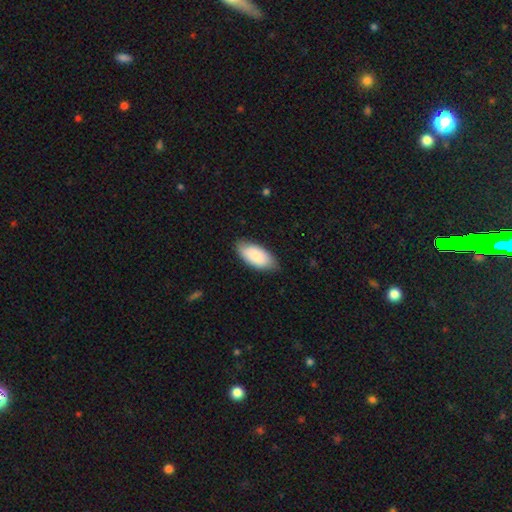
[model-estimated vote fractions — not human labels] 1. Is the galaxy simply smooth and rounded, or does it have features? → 84% smooth, 11% featured or disk, 5% star or artifact.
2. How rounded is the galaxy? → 93% in between, 5% cigar-shaped, 2% round.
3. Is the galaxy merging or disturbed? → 78% none, 18% minor disturbance, 3% major disturbance, 1% merger.